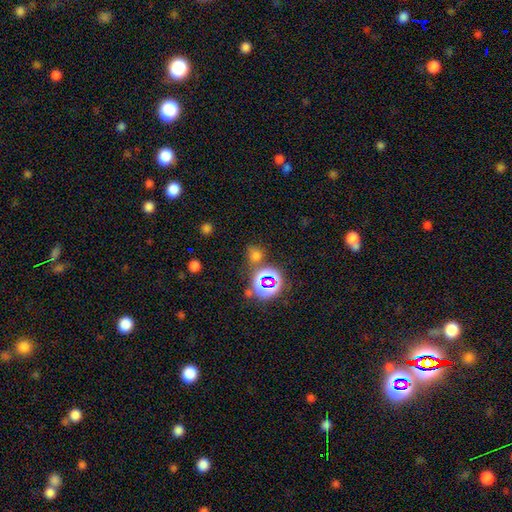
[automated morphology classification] Q: Smooth or featured?
A: smooth (52%); runner-up: star or artifact (42%)
Q: How rounded?
A: round (74%); runner-up: in between (24%)
Q: Merging?
A: none (70%); runner-up: minor disturbance (12%)